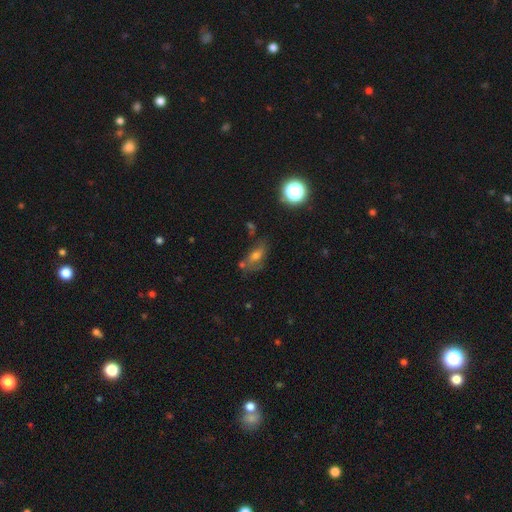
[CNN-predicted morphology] A smooth galaxy with no disk features (51%) that is in between round and cigar-shaped (77%).

Vote fractions:
- Smooth or featured? smooth: 51% / featured or disk: 30% / star or artifact: 18%
- How rounded? in between: 77% / round: 13% / cigar-shaped: 10%
- Merging? none: 48% / minor disturbance: 23% / major disturbance: 16% / merger: 14%